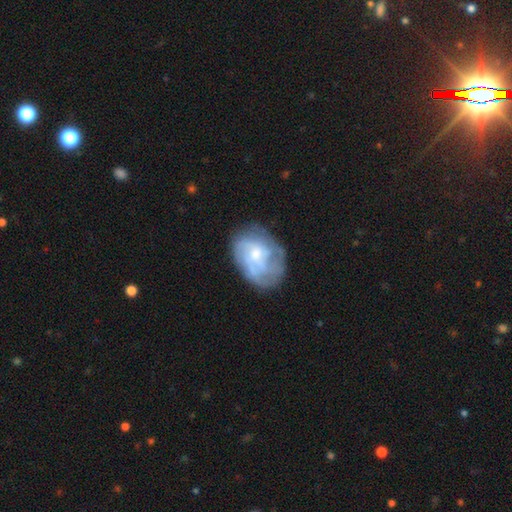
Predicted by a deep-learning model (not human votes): Smooth or featured? featured or disk (62%)
Edge-on disk? no (97%)
Bar? no (70%)
Spiral arms? yes (70%)
Bulge size? small (43%, tied with moderate)
Merging? none (60%)